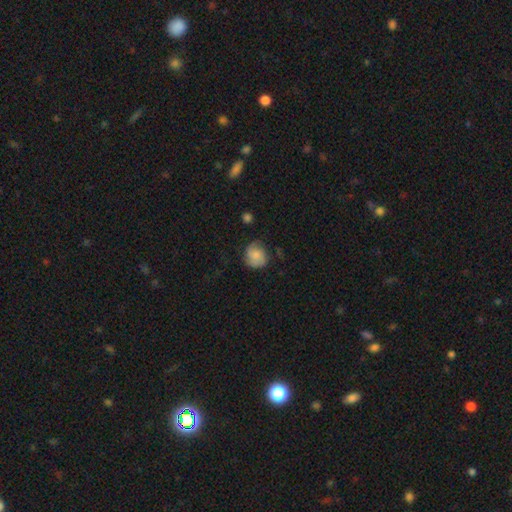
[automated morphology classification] type=smooth (62%); roundness=round (79%); merging=none (63%).